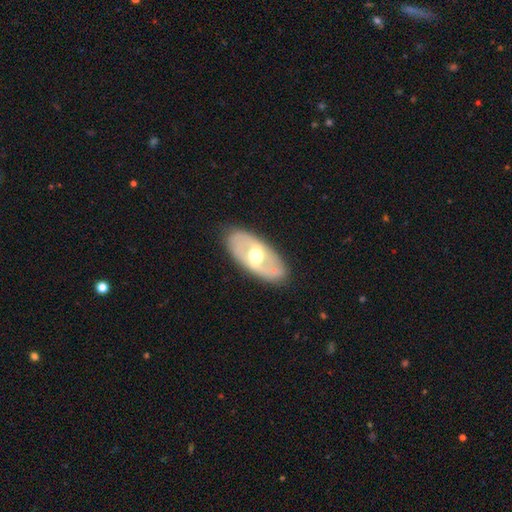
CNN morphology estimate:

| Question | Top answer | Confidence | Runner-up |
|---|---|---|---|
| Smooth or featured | featured or disk | 63% | smooth (32%) |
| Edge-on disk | no | 86% | yes (14%) |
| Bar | no | 52% | weak (32%) |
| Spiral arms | no | 64% | yes (36%) |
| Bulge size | moderate | 72% | large (18%) |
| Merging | none | 82% | minor disturbance (12%) |